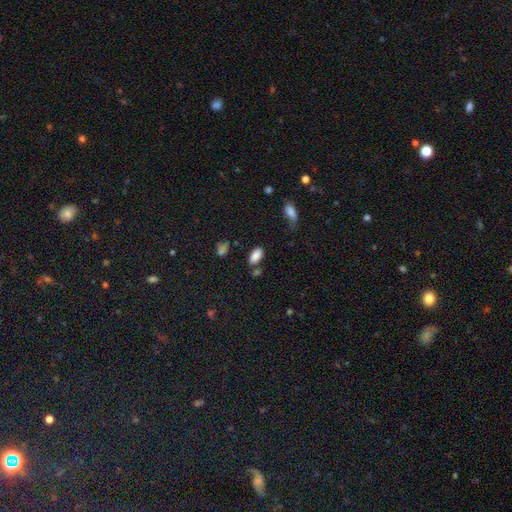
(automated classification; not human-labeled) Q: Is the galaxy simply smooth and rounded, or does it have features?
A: smooth — 86%.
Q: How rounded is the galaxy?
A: in between — 93%.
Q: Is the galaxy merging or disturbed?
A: none — 71%.